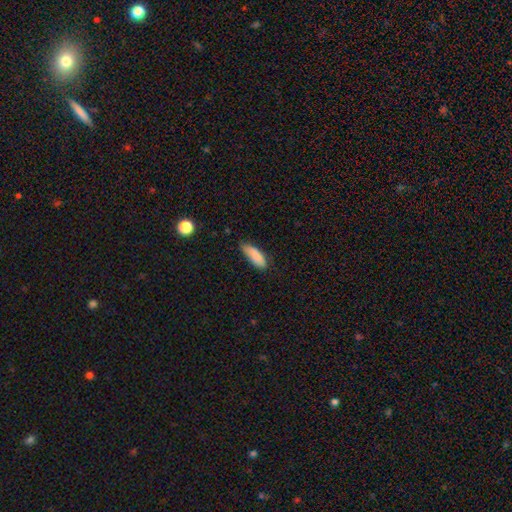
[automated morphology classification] Smooth or featured? Predicted: smooth (p=0.86). How rounded? Predicted: in between (p=0.61). Merging? Predicted: none (p=0.59).